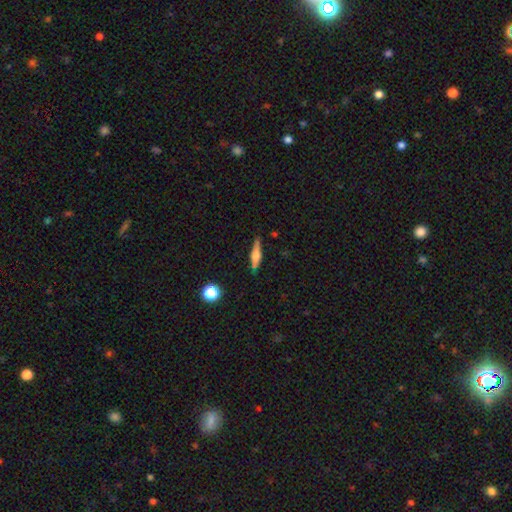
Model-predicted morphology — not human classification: featured or disk 47%, smooth 45%, star or artifact 8%. Down the decision tree: merging — none (79%).